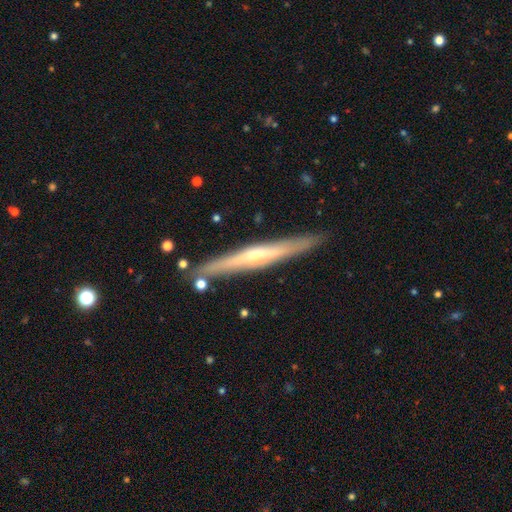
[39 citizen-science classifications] Volunteers were most divided on "edge-on bulge": rounded: 78%, none: 16%, boxy: 6%. More confident: edge-on disk — yes (100%); merging — none (86%); smooth or featured — featured or disk (82%).